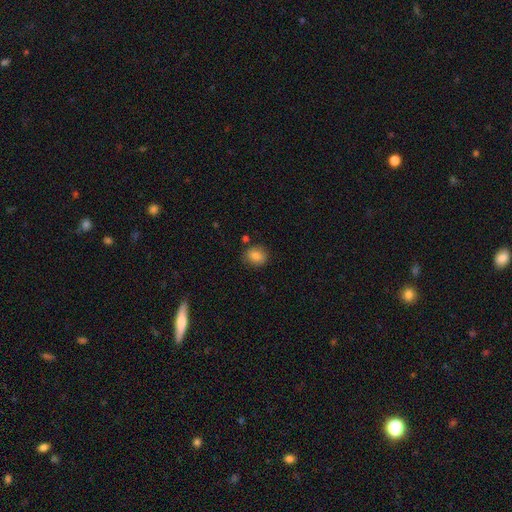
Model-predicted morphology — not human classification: This is clearly a smooth galaxy (83%). How rounded: likely round (68%). Merging: clearly none (82%).